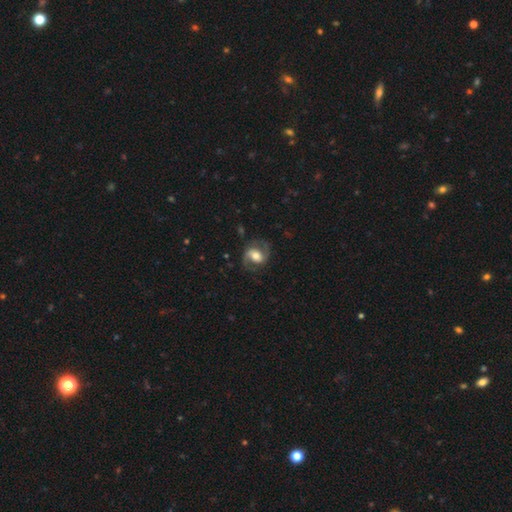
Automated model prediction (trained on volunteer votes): The model was most divided on "bar": weak: 40%, no: 33%, strong: 27%. More confident: edge-on disk — no (97%); spiral arms — yes (92%); spiral arm count — 2 (91%); smooth or featured — featured or disk (77%); merging — none (75%); bulge size — moderate (64%); spiral winding — medium (52%).